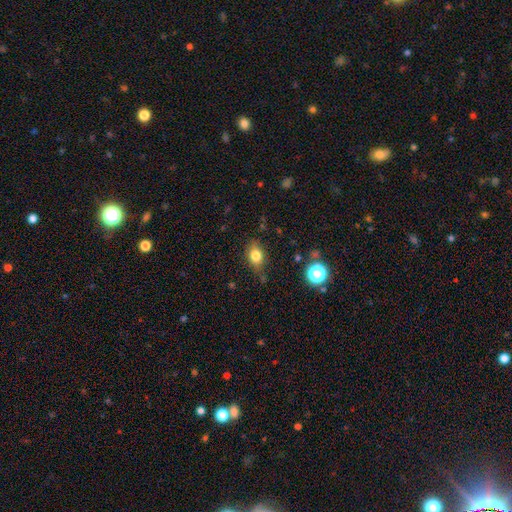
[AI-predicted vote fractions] Smooth or featured? Predicted: smooth (p=0.79). How rounded? Predicted: in between (p=0.68). Merging? Predicted: none (p=0.76).